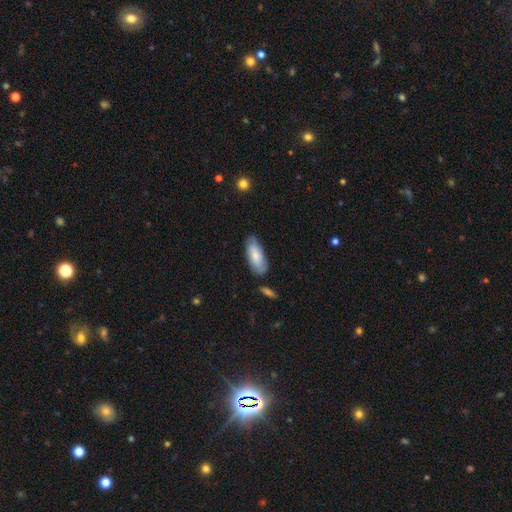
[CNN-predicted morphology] Smooth or featured?
  - smooth: 78% *
  - featured or disk: 16%
  - star or artifact: 6%
How rounded?
  - in between: 81% *
  - cigar-shaped: 17%
  - round: 2%
Merging?
  - none: 72% *
  - minor disturbance: 21%
  - merger: 4%
  - major disturbance: 4%